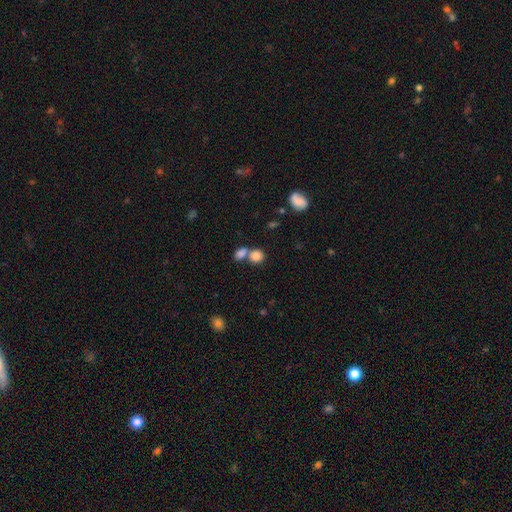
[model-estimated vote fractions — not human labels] smooth 83%, star or artifact 10%, featured or disk 7%. Down the decision tree: how rounded — round (72%); merging — merger (47%).